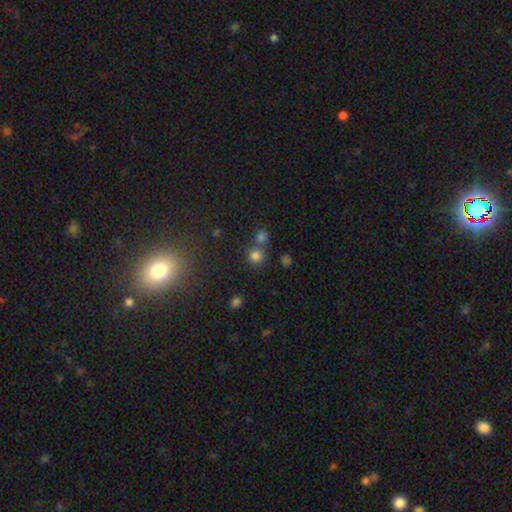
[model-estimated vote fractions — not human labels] Smooth or featured?
  - smooth: 77% *
  - star or artifact: 17%
  - featured or disk: 6%
How rounded?
  - round: 90% *
  - in between: 9%
  - cigar-shaped: 1%
Merging?
  - none: 63% *
  - merger: 27%
  - minor disturbance: 7%
  - major disturbance: 3%